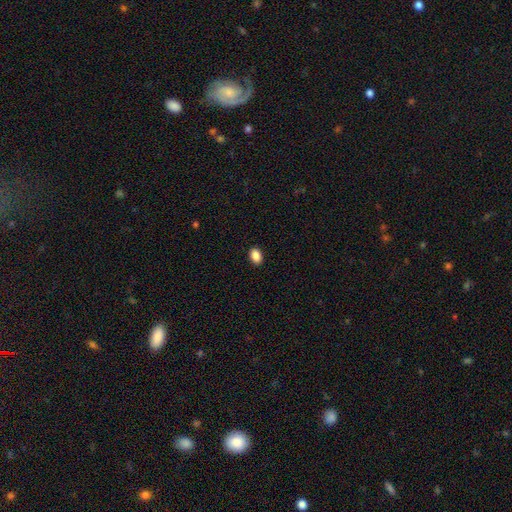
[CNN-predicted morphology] Smooth or featured? Predicted: smooth (p=0.88). How rounded? Predicted: in between (p=0.85). Merging? Predicted: none (p=0.90).